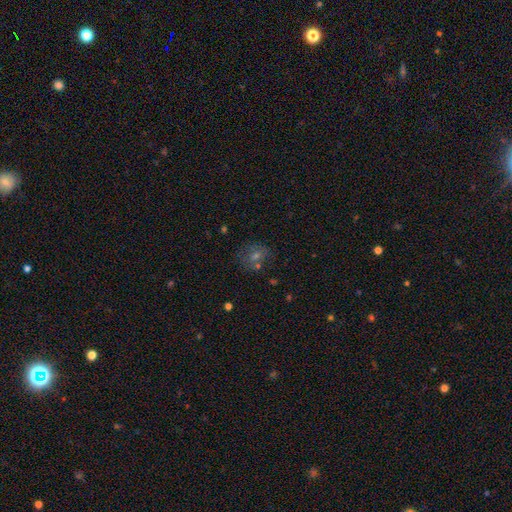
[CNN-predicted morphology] A smooth galaxy with no disk features (46%).

Vote fractions:
- Smooth or featured? smooth: 46% / star or artifact: 29% / featured or disk: 26%
- Merging? none: 68% / minor disturbance: 15% / merger: 10% / major disturbance: 7%